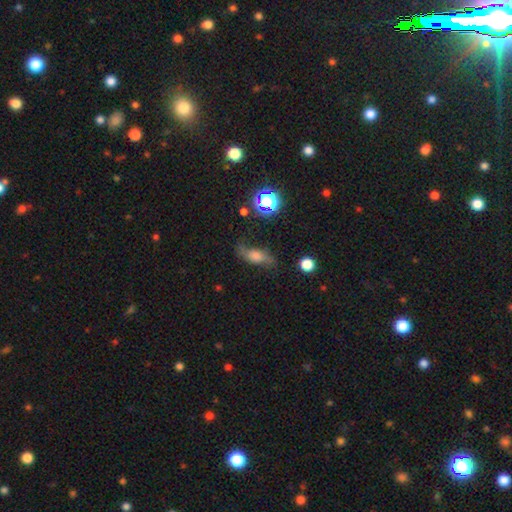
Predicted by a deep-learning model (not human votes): Smooth or featured? featured or disk (47%)
Merging? none (59%)